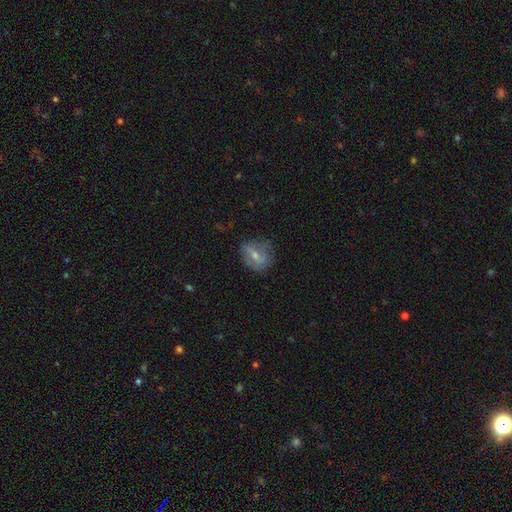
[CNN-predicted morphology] Smooth or featured?
  - smooth: 51% *
  - featured or disk: 40%
  - star or artifact: 9%
How rounded?
  - round: 53% *
  - in between: 44%
  - cigar-shaped: 3%
Merging?
  - none: 65% *
  - minor disturbance: 24%
  - major disturbance: 10%
  - merger: 2%